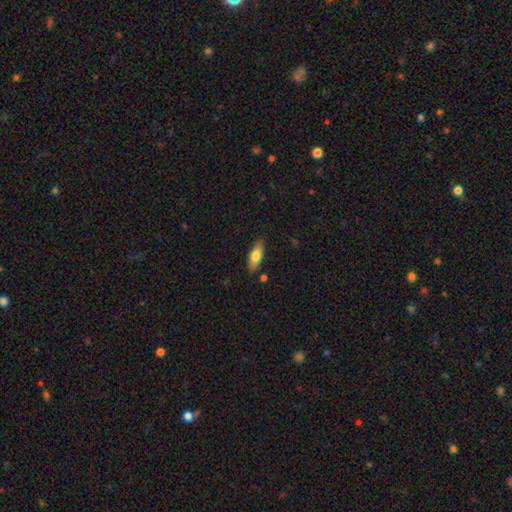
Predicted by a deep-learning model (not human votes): smooth_or_featured: smooth (p=0.71) [alt: featured or disk p=0.23]
how_rounded: in between (p=0.69) [alt: cigar-shaped p=0.29]
merging: none (p=0.84) [alt: minor disturbance p=0.12]